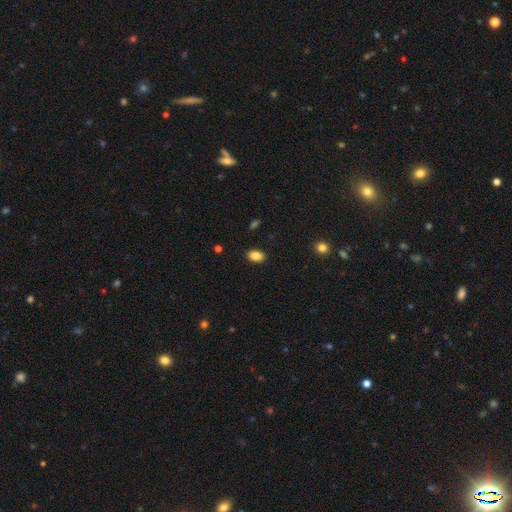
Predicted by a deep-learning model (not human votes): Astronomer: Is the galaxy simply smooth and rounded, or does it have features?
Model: smooth — 86%.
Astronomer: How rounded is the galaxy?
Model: in between — 87%.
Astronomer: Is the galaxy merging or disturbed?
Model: none — 89%.